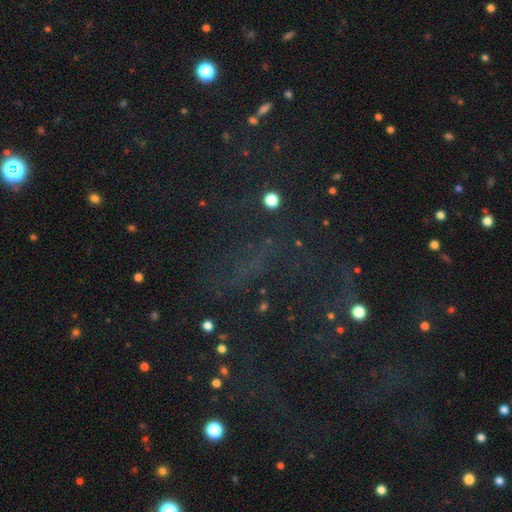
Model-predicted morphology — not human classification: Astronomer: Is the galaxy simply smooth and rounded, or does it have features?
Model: star or artifact — 71%.